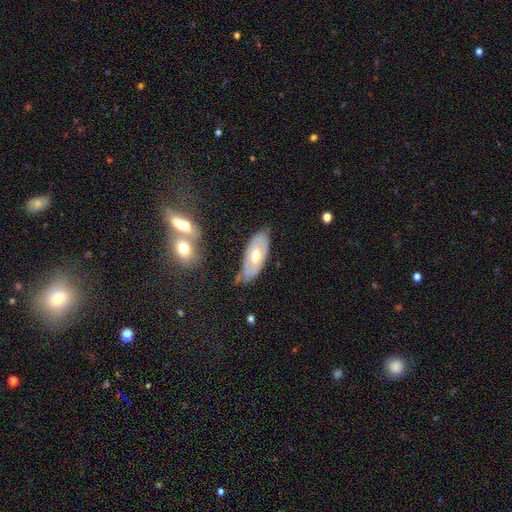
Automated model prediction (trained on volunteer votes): Smooth or featured? featured or disk (56%)
Edge-on disk? no (81%)
Merging? none (67%)